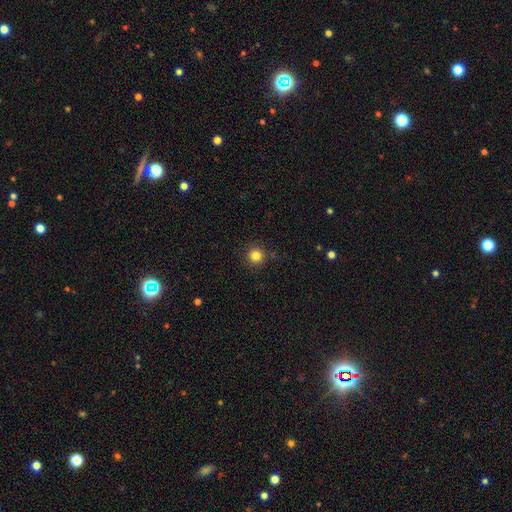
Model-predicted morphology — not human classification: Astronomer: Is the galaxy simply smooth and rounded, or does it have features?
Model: smooth — 83%.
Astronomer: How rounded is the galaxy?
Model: round — 94%.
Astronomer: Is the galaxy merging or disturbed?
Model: none — 89%.